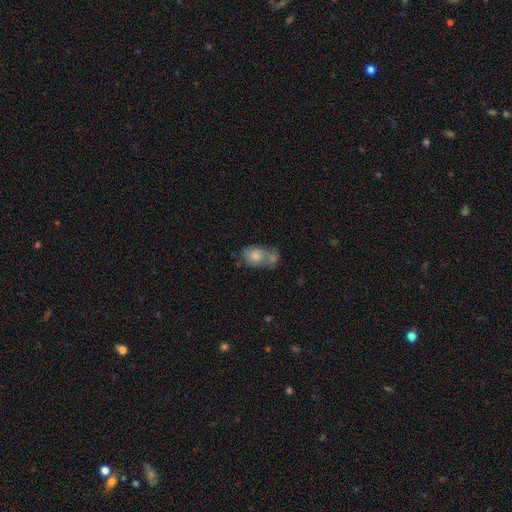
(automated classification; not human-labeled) Q: Smooth or featured?
A: smooth (77%); runner-up: featured or disk (15%)
Q: How rounded?
A: in between (68%); runner-up: round (30%)
Q: Merging?
A: merger (52%); runner-up: none (25%)